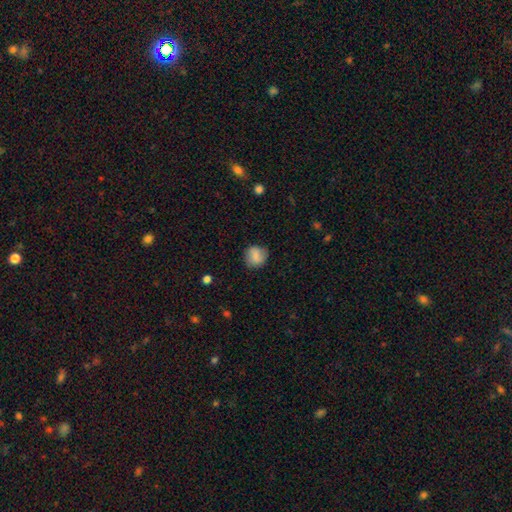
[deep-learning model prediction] Smooth or featured: smooth — 79% (featured or disk — 13%)
How rounded: round — 84% (in between — 15%)
Merging: none — 81% (minor disturbance — 14%)